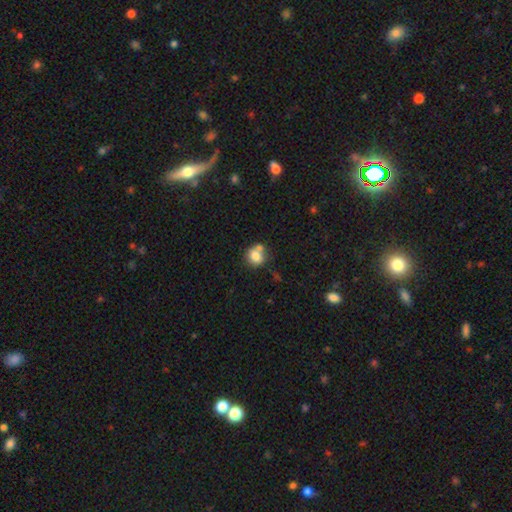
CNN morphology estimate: A smooth galaxy with no disk features (78%) that is round (72%). Merging: none (51%).